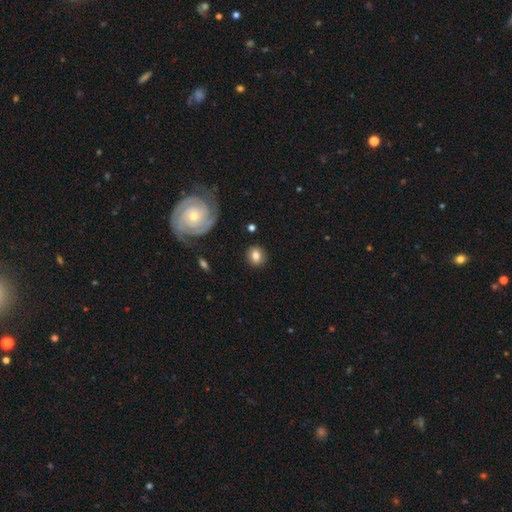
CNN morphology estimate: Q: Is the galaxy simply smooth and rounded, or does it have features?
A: smooth — 75%.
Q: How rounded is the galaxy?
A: round — 76%.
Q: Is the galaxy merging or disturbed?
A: none — 87%.